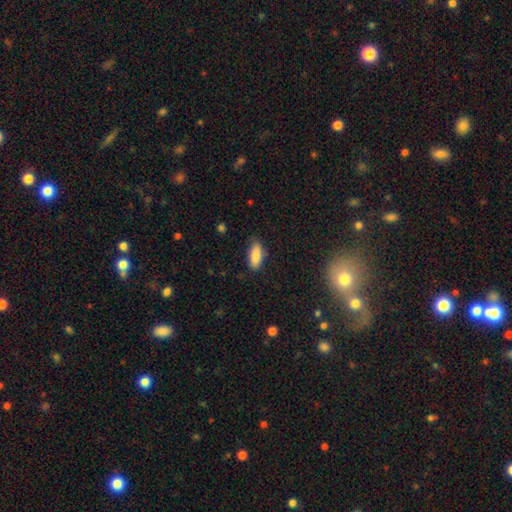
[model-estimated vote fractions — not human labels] Overall: smooth (84%). How rounded: in between (80%). Merging: none (82%).